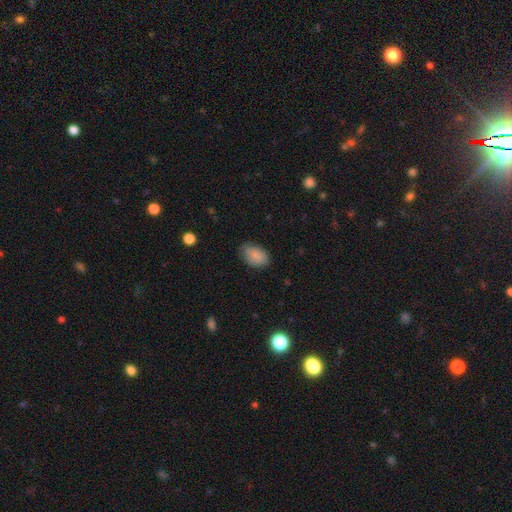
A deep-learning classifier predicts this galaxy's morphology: Smooth or featured: smooth — 87% (star or artifact — 7%)
How rounded: in between — 88% (round — 11%)
Merging: none — 72% (minor disturbance — 23%)